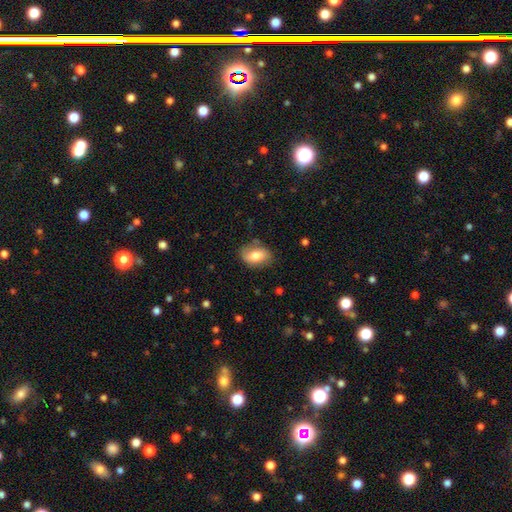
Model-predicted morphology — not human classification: smooth 67%, featured or disk 26%, star or artifact 7%. Down the decision tree: how rounded — in between (83%); merging — none (74%).